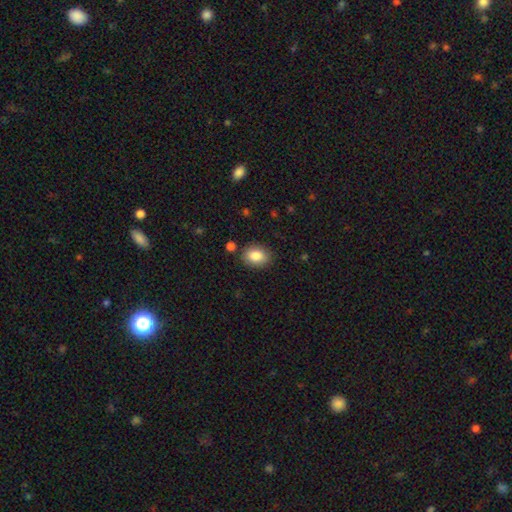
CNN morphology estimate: smooth-or-featured: smooth: 85% | star or artifact: 8% | featured or disk: 7%
  how-rounded: in between: 71% | round: 28% | cigar-shaped: 1%
  merging: none: 85% | minor disturbance: 10% | merger: 3% | major disturbance: 3%